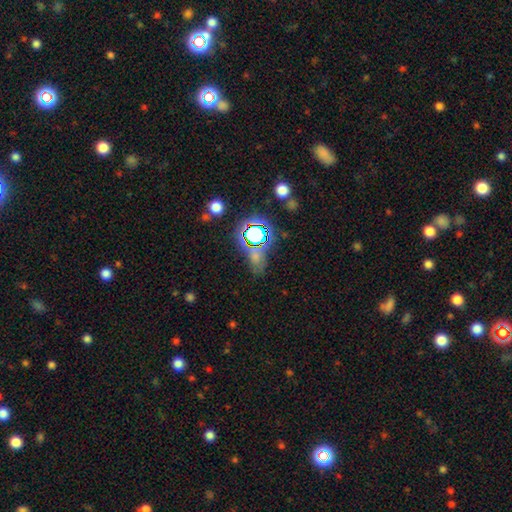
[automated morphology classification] smooth-or-featured: star or artifact: 67% | smooth: 22% | featured or disk: 11%